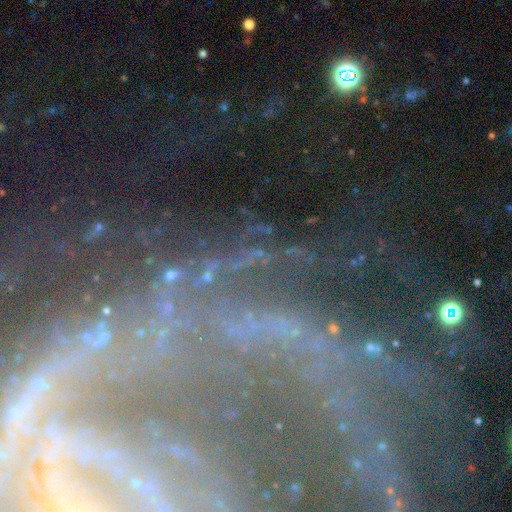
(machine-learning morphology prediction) A star or artifact, not a galaxy (51%).